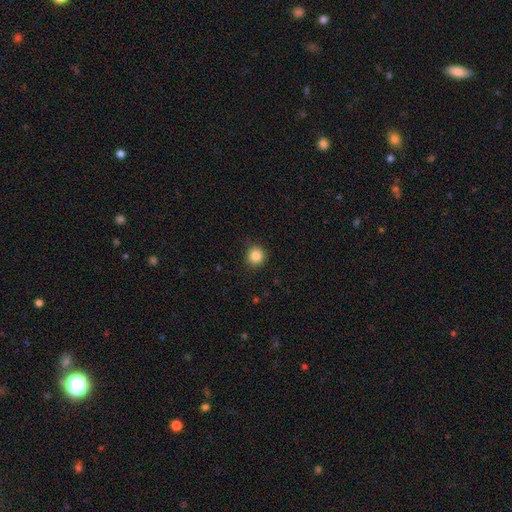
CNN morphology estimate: A smooth galaxy with no disk features (86%) that is round (91%).

Vote fractions:
- Smooth or featured? smooth: 86% / star or artifact: 10% / featured or disk: 4%
- How rounded? round: 91% / in between: 8% / cigar-shaped: 1%
- Merging? none: 88% / minor disturbance: 9% / major disturbance: 2% / merger: 1%